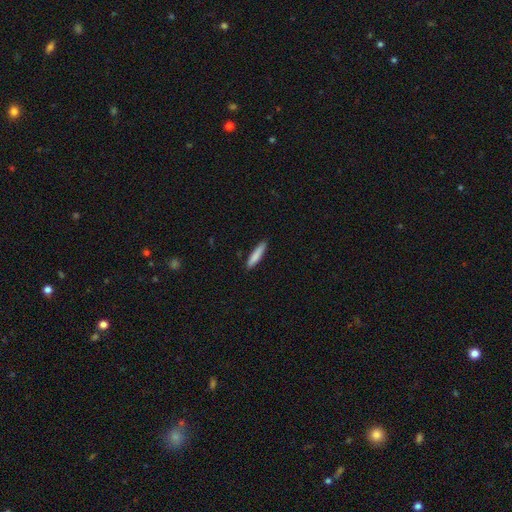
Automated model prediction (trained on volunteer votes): Smooth or featured?
  - smooth: 84% *
  - featured or disk: 10%
  - star or artifact: 6%
How rounded?
  - cigar-shaped: 88% *
  - in between: 11%
  - round: 1%
Merging?
  - none: 87% *
  - minor disturbance: 10%
  - major disturbance: 2%
  - merger: 1%